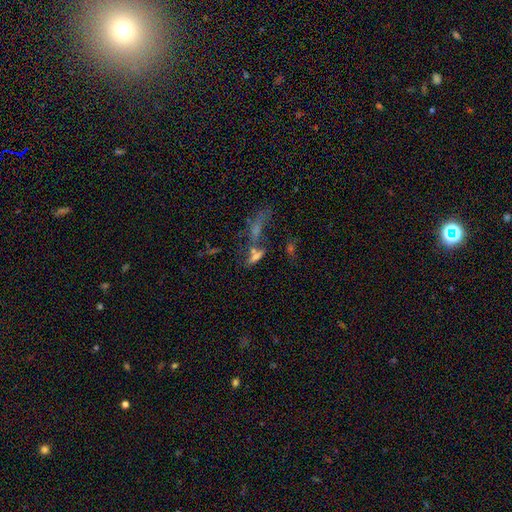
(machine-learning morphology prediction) Overall: smooth (53%; featured or disk 26%). How rounded: cigar-shaped (49%; in between 45%). Merging: none (39%; merger 35%).